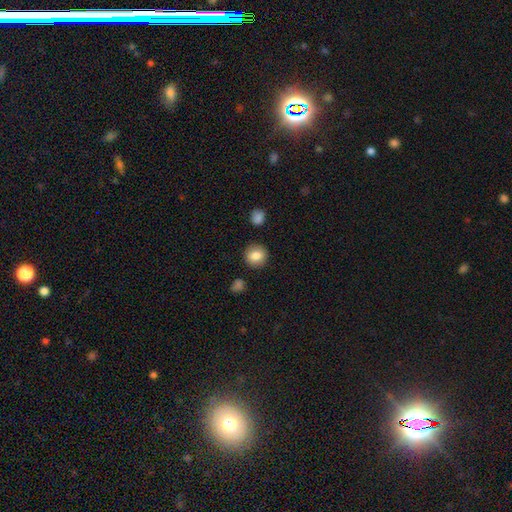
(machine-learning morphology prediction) A smooth galaxy with no disk features (84%) that is round (89%). Merging: none (90%).